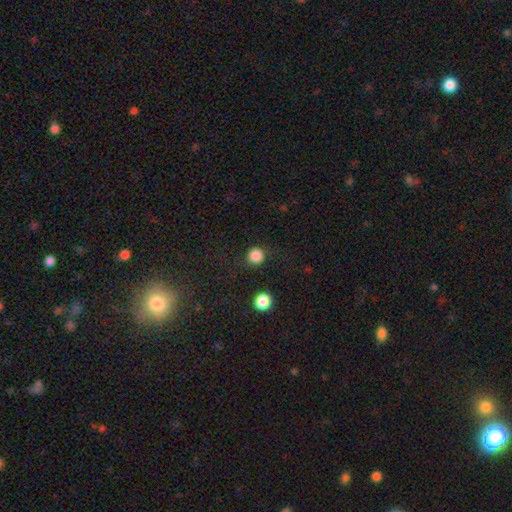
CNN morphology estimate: type=smooth (85%); roundness=round (94%); merging=none (84%).